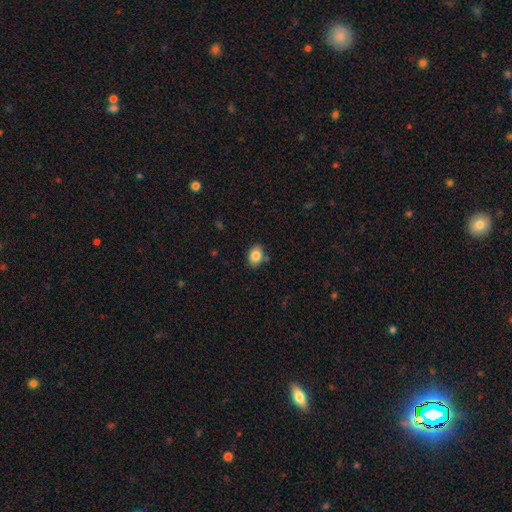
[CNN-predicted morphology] A smooth galaxy with no disk features (85%) that is in between round and cigar-shaped (81%). Merging: none (80%).